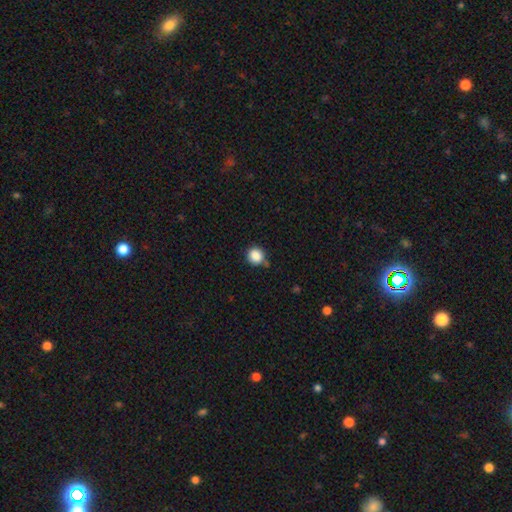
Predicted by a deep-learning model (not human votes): Smooth or featured: smooth — 87% (star or artifact — 10%)
How rounded: round — 87% (in between — 13%)
Merging: none — 70% (minor disturbance — 20%)